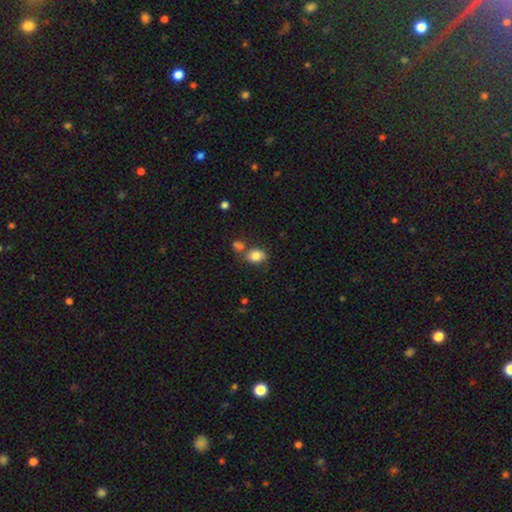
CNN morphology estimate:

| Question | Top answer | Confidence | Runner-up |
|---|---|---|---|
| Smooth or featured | smooth | 83% | star or artifact (9%) |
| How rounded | in between | 68% | round (31%) |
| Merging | none | 58% | merger (21%) |